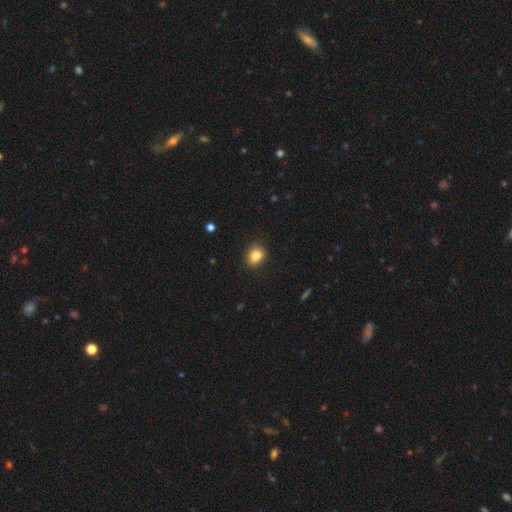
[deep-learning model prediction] Smooth or featured: smooth — 84% (star or artifact — 10%)
How rounded: round — 54% (in between — 45%)
Merging: none — 88% (minor disturbance — 9%)